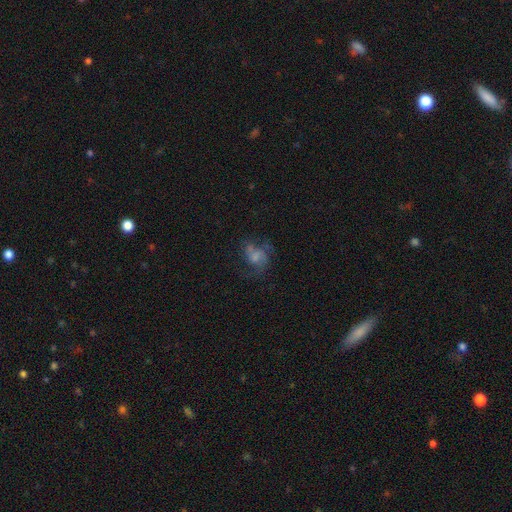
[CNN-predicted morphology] The model was most divided on "bulge size": none: 36%, small: 24%, moderate: 24%, large: 13%, dominant: 3%. Remaining: edge-on disk — no (98%); spiral arms — yes (79%); bar — no (65%); smooth or featured — featured or disk (56%); merging — none (45%).